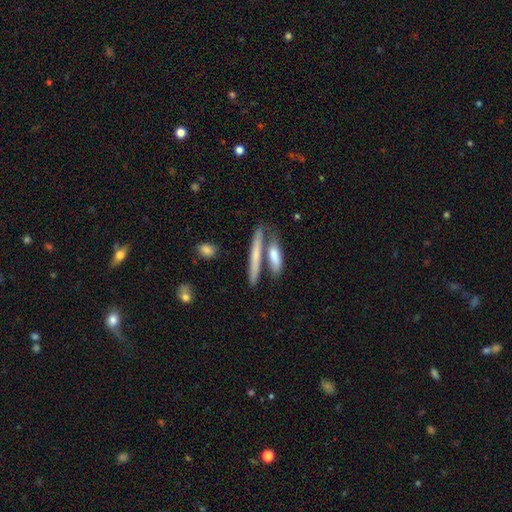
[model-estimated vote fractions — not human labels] Smooth or featured? smooth (60%)
How rounded? cigar-shaped (84%)
Merging? none (59%)